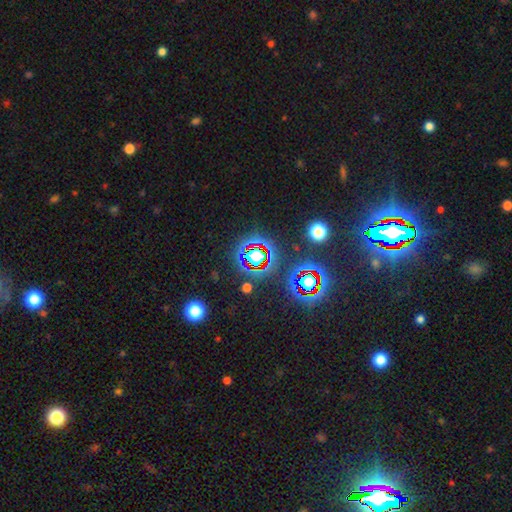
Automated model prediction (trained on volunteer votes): This is likely a star or artifact rather than a galaxy (68%).